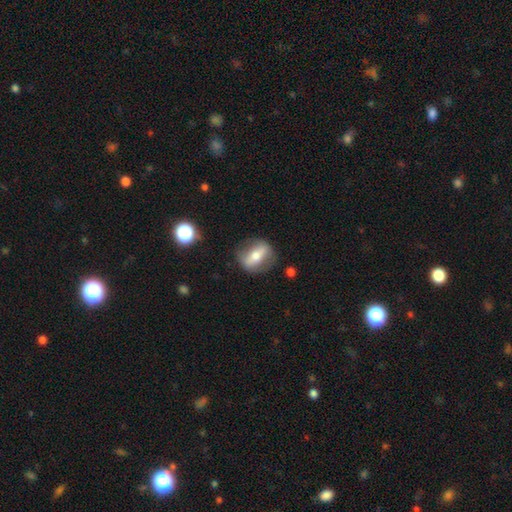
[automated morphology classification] A featured or disk galaxy (51%). Merging: none (79%).